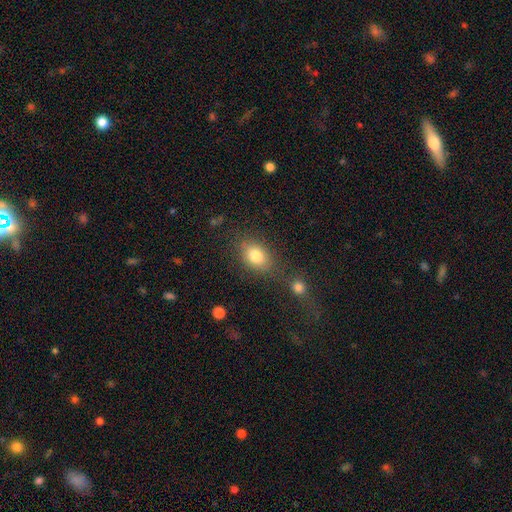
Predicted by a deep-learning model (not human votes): smooth_or_featured: smooth (p=0.80) [alt: star or artifact p=0.10]
how_rounded: in between (p=0.71) [alt: round p=0.28]
merging: none (p=0.69) [alt: minor disturbance p=0.14]